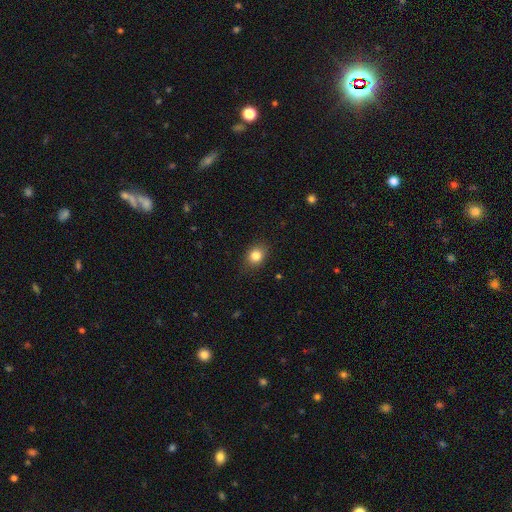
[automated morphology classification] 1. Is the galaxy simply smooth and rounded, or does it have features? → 83% smooth, 11% star or artifact, 6% featured or disk.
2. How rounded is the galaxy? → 57% round, 42% in between, 1% cigar-shaped.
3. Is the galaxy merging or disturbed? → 86% none, 11% minor disturbance, 3% major disturbance, 1% merger.